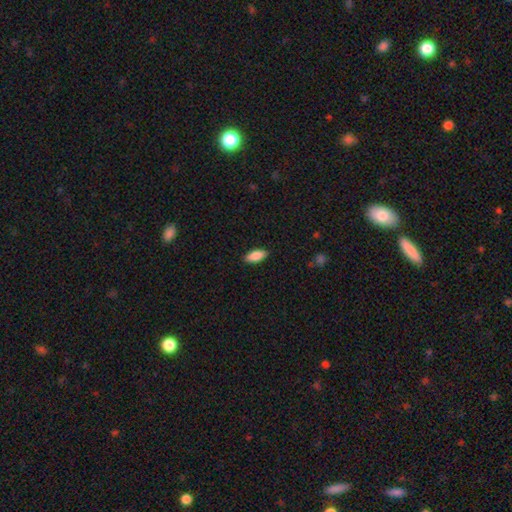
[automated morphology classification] smooth 88%, star or artifact 6%, featured or disk 6%. Down the decision tree: how rounded — in between (83%); merging — none (89%).